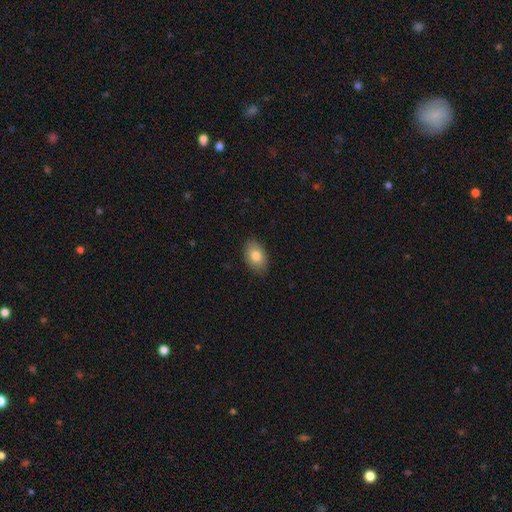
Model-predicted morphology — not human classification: Q: Smooth or featured?
A: smooth (80%); runner-up: featured or disk (13%)
Q: How rounded?
A: in between (88%); runner-up: round (10%)
Q: Merging?
A: none (86%); runner-up: minor disturbance (11%)